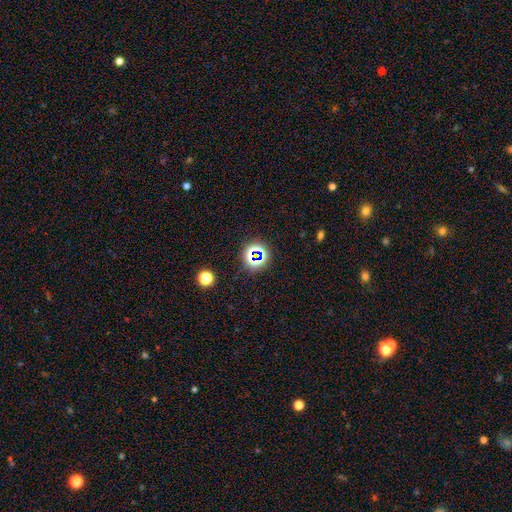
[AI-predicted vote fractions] star or artifact 69%, smooth 22%, featured or disk 10%.